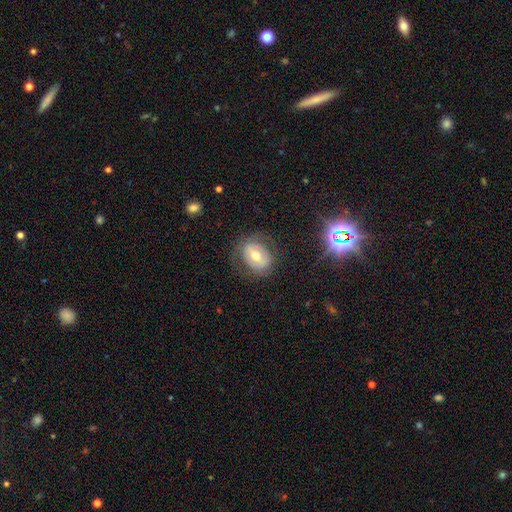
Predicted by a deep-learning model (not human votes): This appears to be a featured or disk galaxy (47%). Merging: none (73%).